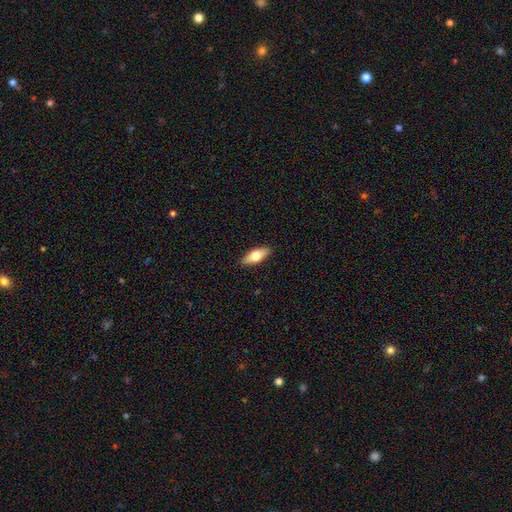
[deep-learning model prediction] smooth-or-featured: smooth: 64% | featured or disk: 30% | star or artifact: 6%
  how-rounded: in between: 75% | cigar-shaped: 22% | round: 3%
  merging: none: 89% | minor disturbance: 9% | major disturbance: 2% | merger: 1%